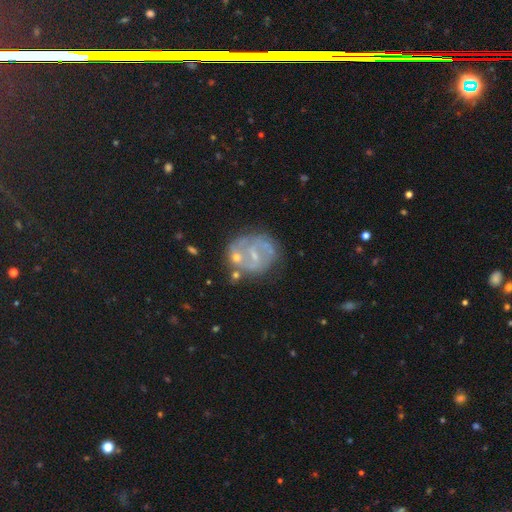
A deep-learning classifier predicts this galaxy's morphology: smooth-or-featured: featured or disk: 72% | smooth: 18% | star or artifact: 9%
  disk-edge-on: no: 98% | yes: 2%
    bar: weak: 45% | no: 40% | strong: 15%
    has-spiral-arms: yes: 68% | no: 32%
    bulge-size: small: 66% | moderate: 18% | none: 14% | large: 1% | dominant: 1%
  merging: none: 61% | minor disturbance: 19% | major disturbance: 11% | merger: 10%